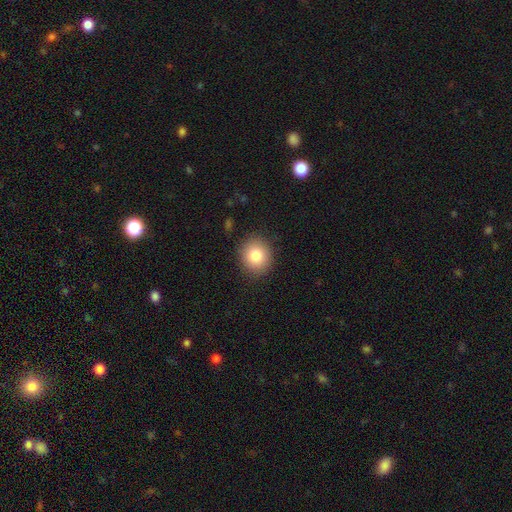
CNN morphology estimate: type=smooth (83%); roundness=round (78%); merging=none (88%).